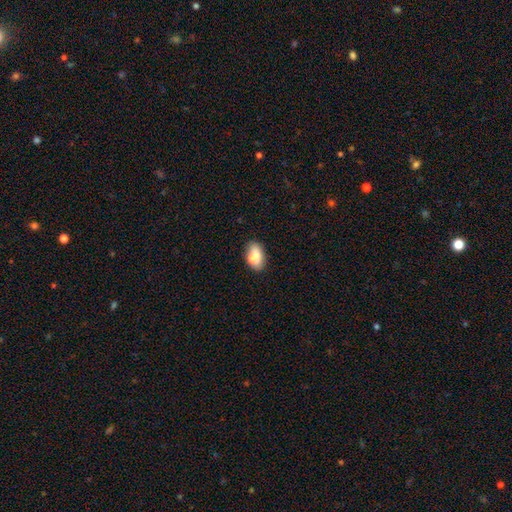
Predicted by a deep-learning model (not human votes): Smooth or featured?
  - smooth: 71% *
  - featured or disk: 20%
  - star or artifact: 9%
How rounded?
  - in between: 87% *
  - round: 10%
  - cigar-shaped: 3%
Merging?
  - none: 56% *
  - minor disturbance: 21%
  - merger: 16%
  - major disturbance: 7%